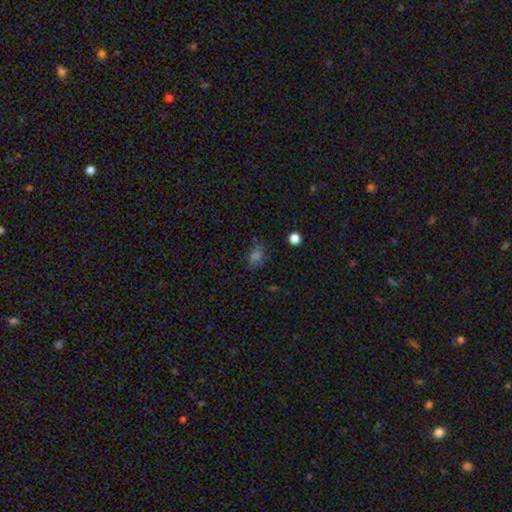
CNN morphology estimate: This is likely a smooth galaxy (62%). How rounded: likely in between (63%). Merging: likely none (68%).